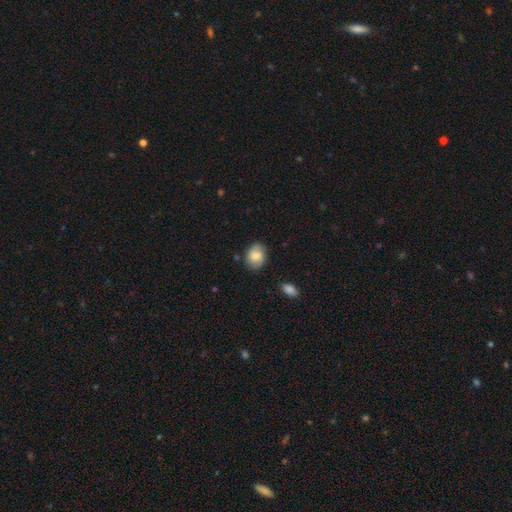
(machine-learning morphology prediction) smooth_or_featured: smooth (p=0.80) [alt: featured or disk p=0.13]
how_rounded: in between (p=0.64) [alt: round p=0.35]
merging: none (p=0.80) [alt: minor disturbance p=0.14]